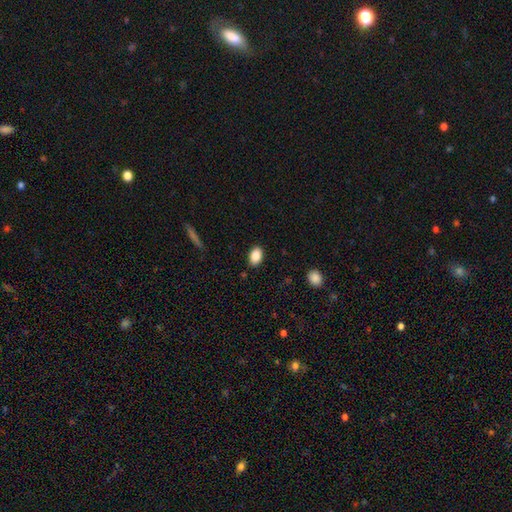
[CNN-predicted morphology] Smooth or featured?
  - smooth: 87% *
  - star or artifact: 8%
  - featured or disk: 5%
How rounded?
  - in between: 88% *
  - round: 11%
  - cigar-shaped: 1%
Merging?
  - none: 87% *
  - minor disturbance: 9%
  - major disturbance: 2%
  - merger: 1%